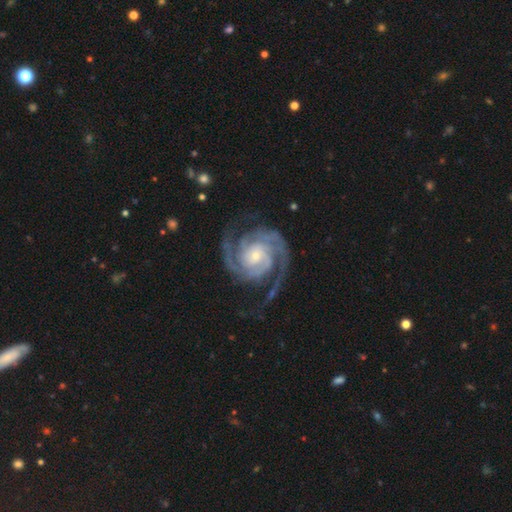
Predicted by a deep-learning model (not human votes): Overall: featured or disk (94%). Edge-on disk: no (98%). Bar: no (62%; weak 27%). Spiral arms: yes (99%). Spiral arm count: 2 (67%). Spiral winding: tight (62%; medium 34%). Bulge size: small (67%). Merging: none (76%).